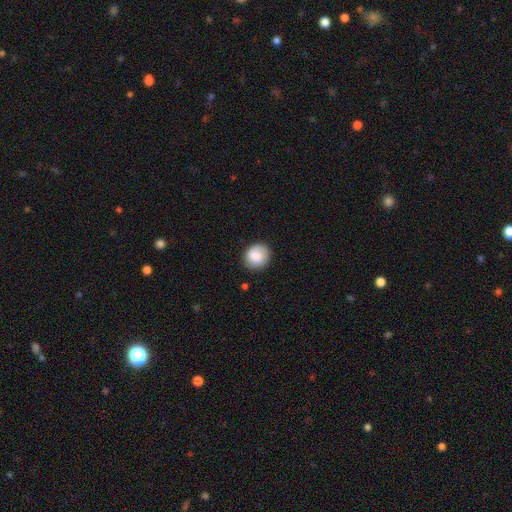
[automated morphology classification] This appears to be a smooth galaxy with no disk features (85%) that is round (82%). Merging: none (82%).